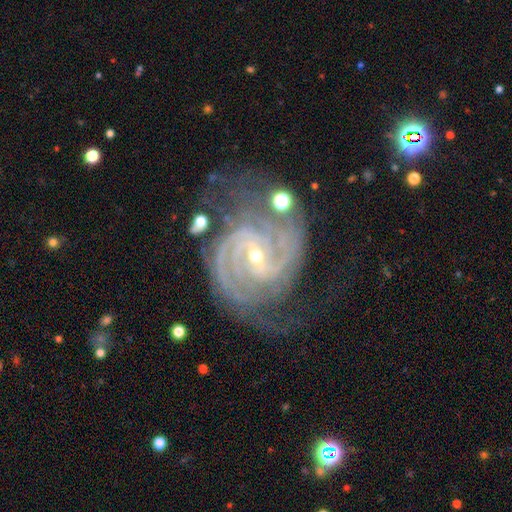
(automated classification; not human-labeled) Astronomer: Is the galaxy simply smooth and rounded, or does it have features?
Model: featured or disk — 93%.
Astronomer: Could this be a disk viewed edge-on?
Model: no — 97%.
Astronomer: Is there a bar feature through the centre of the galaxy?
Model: weak — 43% (runner-up: no, 29%).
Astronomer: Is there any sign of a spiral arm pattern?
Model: yes — 99%.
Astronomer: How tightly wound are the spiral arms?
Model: tight — 66%.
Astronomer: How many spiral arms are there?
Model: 2 — 42% (runner-up: 3, 20%).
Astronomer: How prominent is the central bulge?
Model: small — 71%.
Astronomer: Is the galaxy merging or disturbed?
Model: none — 60%.